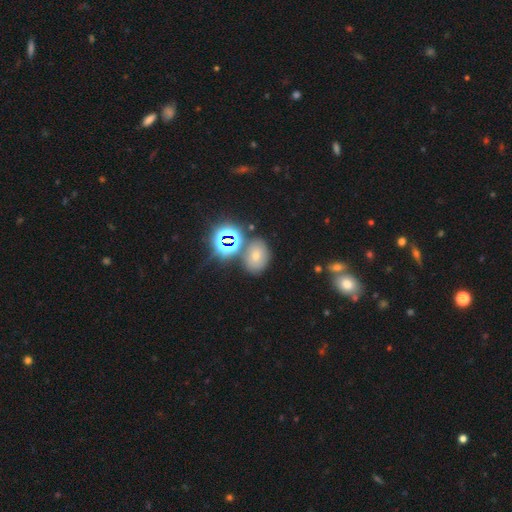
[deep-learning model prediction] This appears to be a smooth galaxy with no disk features (51%) that is in between round and cigar-shaped (64%). Merging: none (68%).